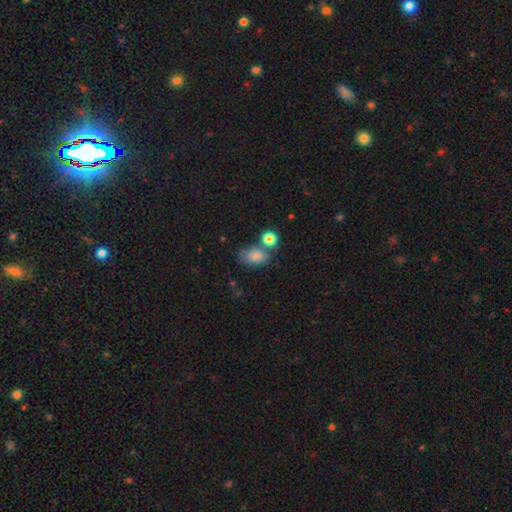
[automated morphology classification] A smooth galaxy with no disk features (81%) that is in between round and cigar-shaped (82%). Merging: none (52%).